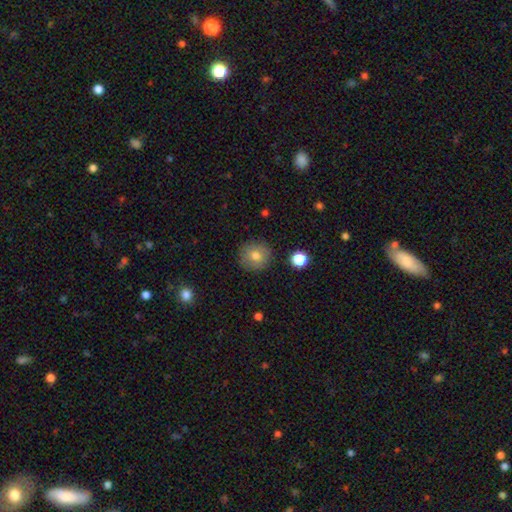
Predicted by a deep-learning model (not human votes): Q: Smooth or featured?
A: smooth (78%); runner-up: featured or disk (12%)
Q: How rounded?
A: round (92%); runner-up: in between (7%)
Q: Merging?
A: none (88%); runner-up: minor disturbance (8%)